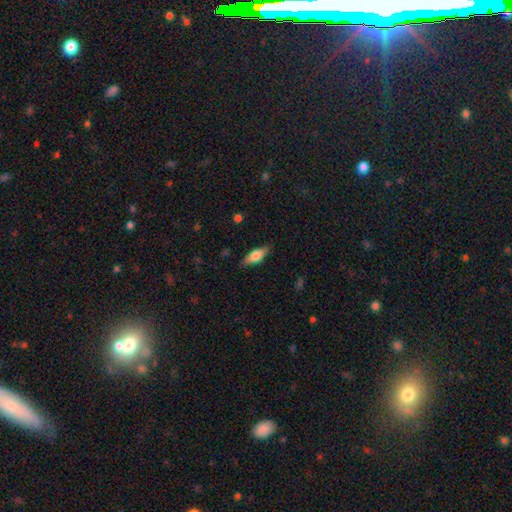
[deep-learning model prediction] A smooth galaxy with no disk features (69%) that is in between round and cigar-shaped (68%). Merging: none (84%).